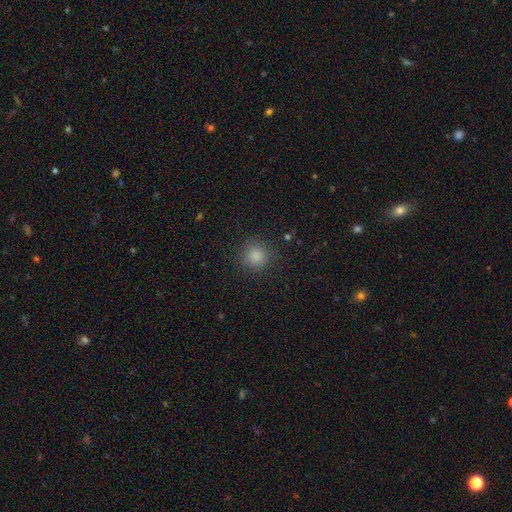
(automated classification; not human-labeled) smooth_or_featured: smooth (p=0.81) [alt: star or artifact p=0.15]
how_rounded: round (p=0.94) [alt: in between p=0.05]
merging: none (p=0.90) [alt: minor disturbance p=0.06]